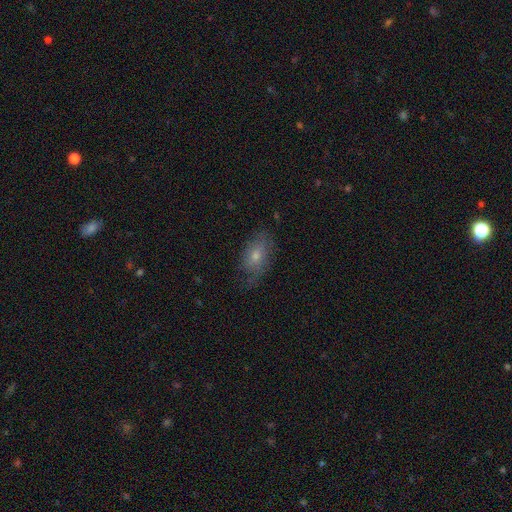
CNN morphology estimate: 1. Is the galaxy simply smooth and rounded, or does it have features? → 52% smooth, 36% featured or disk, 12% star or artifact.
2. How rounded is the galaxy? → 84% in between, 11% round, 5% cigar-shaped.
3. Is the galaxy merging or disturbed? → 65% none, 25% minor disturbance, 9% major disturbance, 1% merger.